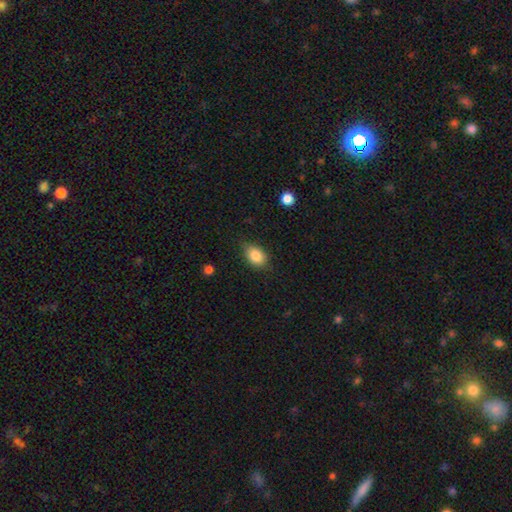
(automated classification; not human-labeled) Overall: smooth (84%). How rounded: in between (74%). Merging: none (74%).